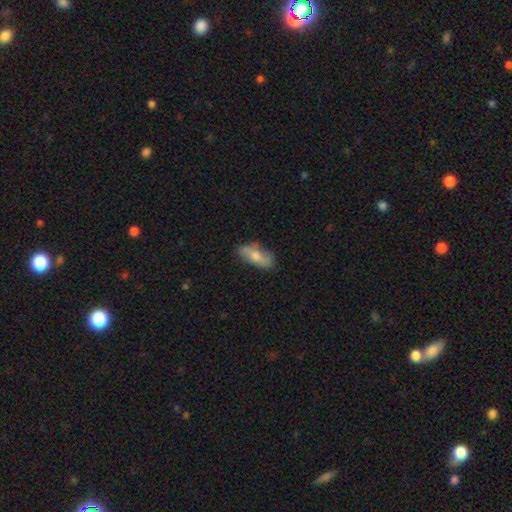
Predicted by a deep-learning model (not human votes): smooth-or-featured: smooth: 67% | featured or disk: 27% | star or artifact: 7%
  how-rounded: in between: 76% | cigar-shaped: 21% | round: 3%
  merging: none: 68% | minor disturbance: 23% | major disturbance: 6% | merger: 3%